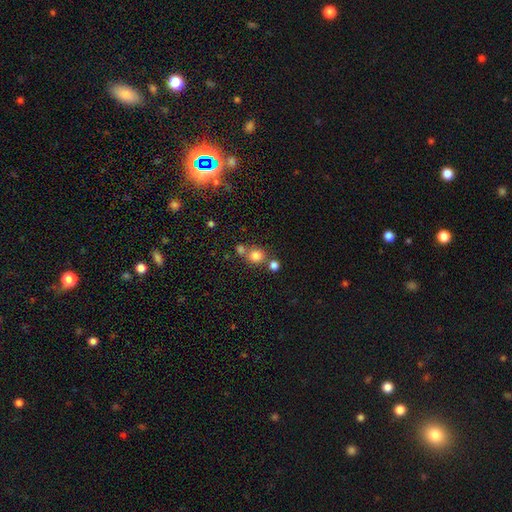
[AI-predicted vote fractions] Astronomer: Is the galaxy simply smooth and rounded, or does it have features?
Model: smooth — 79%.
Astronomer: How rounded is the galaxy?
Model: round — 83%.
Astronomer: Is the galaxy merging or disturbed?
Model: none — 61%.